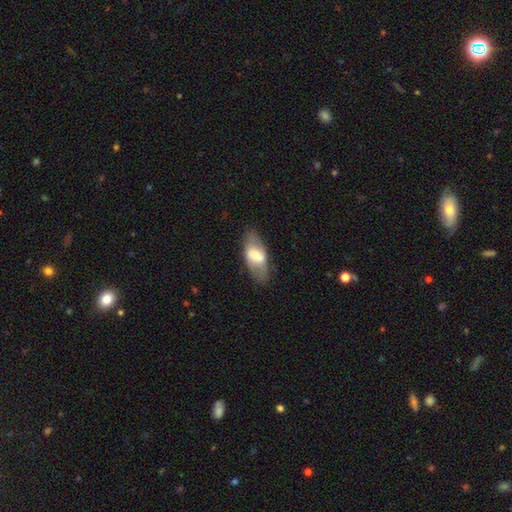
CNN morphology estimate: This is possibly a smooth galaxy (54%). How rounded: clearly in between (83%). Merging: likely none (76%).